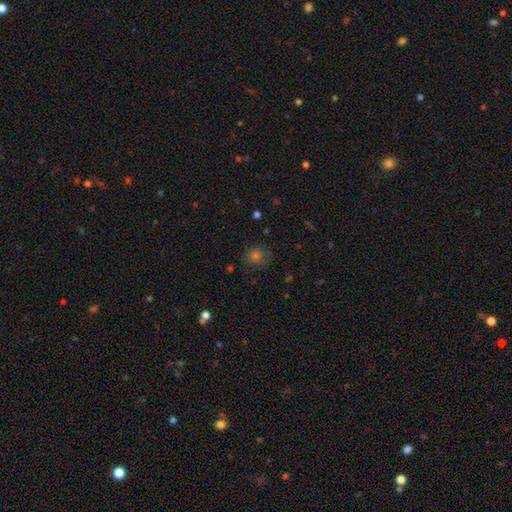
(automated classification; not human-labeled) Smooth or featured?
  - smooth: 65% *
  - star or artifact: 26%
  - featured or disk: 9%
How rounded?
  - round: 84% *
  - in between: 15%
  - cigar-shaped: 1%
Merging?
  - none: 83% *
  - minor disturbance: 12%
  - major disturbance: 4%
  - merger: 2%